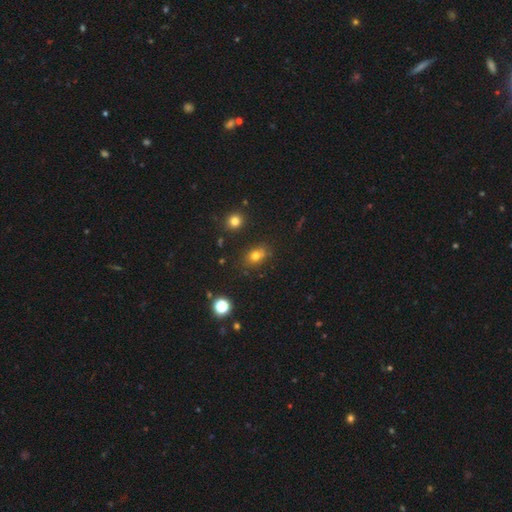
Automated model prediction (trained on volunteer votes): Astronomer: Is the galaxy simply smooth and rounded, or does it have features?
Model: smooth — 73%.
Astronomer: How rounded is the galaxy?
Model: in between — 69%.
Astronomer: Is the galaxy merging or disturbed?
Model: none — 79%.